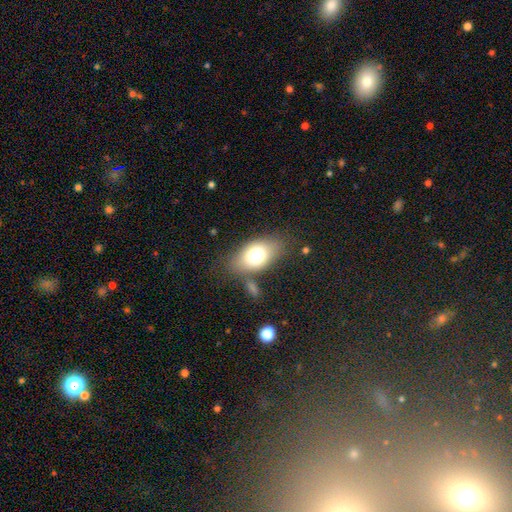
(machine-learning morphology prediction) A smooth galaxy with no disk features (75%) that is in between round and cigar-shaped (89%). Merging: none (72%).